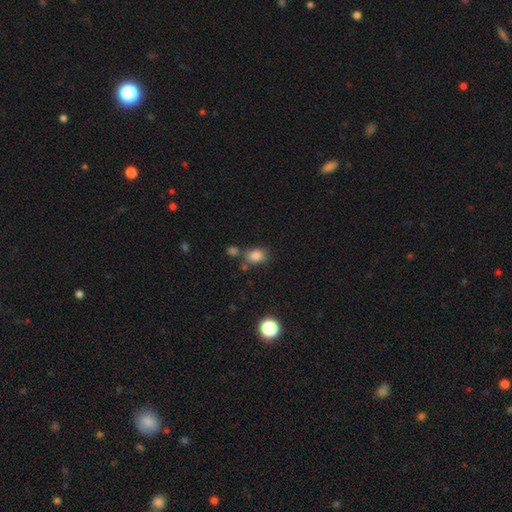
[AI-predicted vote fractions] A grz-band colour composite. It shows a smooth galaxy with no disk features (83%) that is in between round and cigar-shaped (67%). Merging: none (62%).